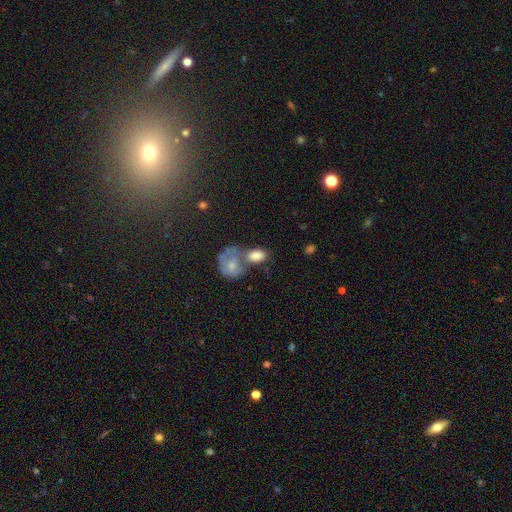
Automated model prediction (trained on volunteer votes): Smooth or featured? smooth (80%)
How rounded? in between (81%)
Merging? merger (44%)